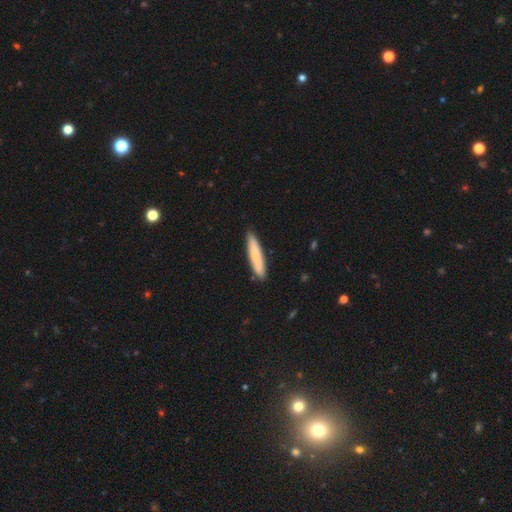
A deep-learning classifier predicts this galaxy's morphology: smooth_or_featured: smooth (p=0.76) [alt: featured or disk p=0.18]
how_rounded: cigar-shaped (p=0.90) [alt: in between p=0.09]
merging: none (p=0.88) [alt: minor disturbance p=0.09]